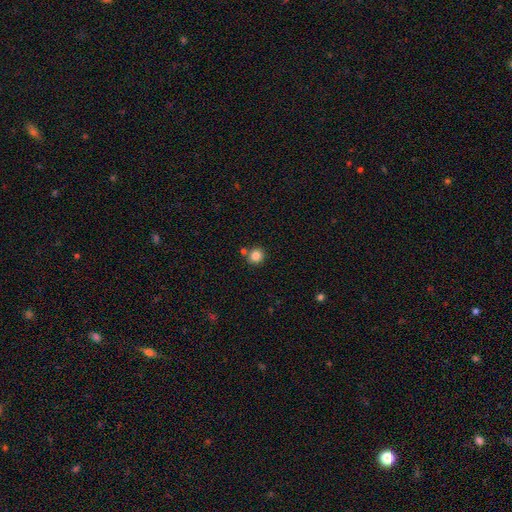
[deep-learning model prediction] A smooth galaxy with no disk features (84%) that is round (91%).

Vote fractions:
- Smooth or featured? smooth: 84% / star or artifact: 11% / featured or disk: 5%
- How rounded? round: 91% / in between: 8% / cigar-shaped: 1%
- Merging? none: 77% / merger: 12% / minor disturbance: 8% / major disturbance: 3%